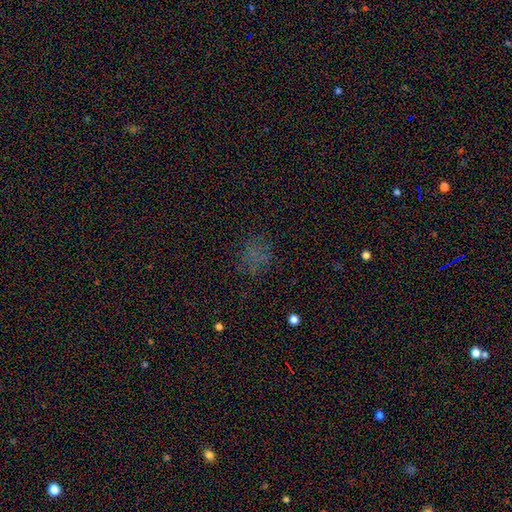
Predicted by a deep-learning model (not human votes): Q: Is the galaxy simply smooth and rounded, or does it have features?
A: smooth — 46%.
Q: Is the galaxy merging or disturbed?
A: none — 71%.